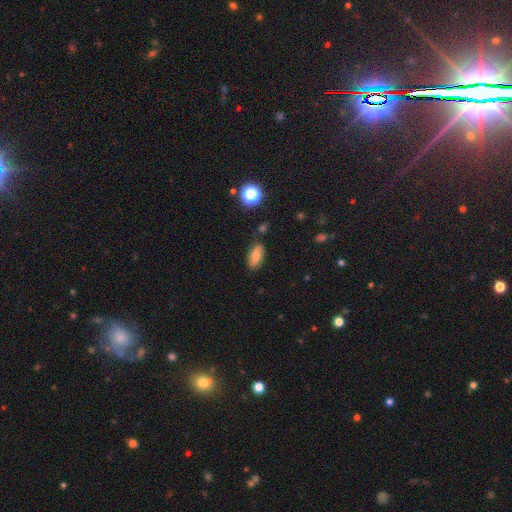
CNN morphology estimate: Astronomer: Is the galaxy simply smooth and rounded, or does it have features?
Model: smooth — 73%.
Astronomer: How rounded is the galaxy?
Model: in between — 86%.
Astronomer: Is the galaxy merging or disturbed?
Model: none — 79%.